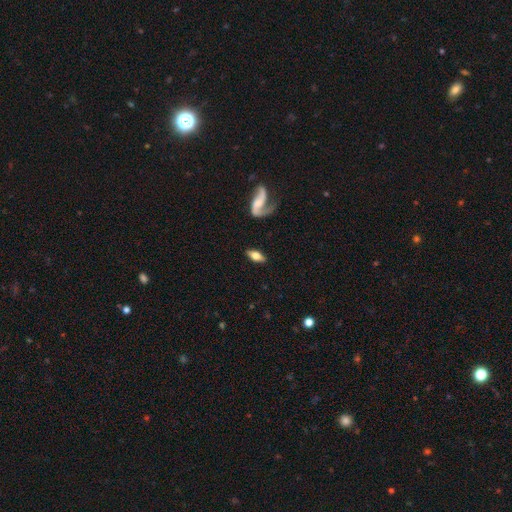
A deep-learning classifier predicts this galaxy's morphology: Smooth or featured: smooth — 51% (featured or disk — 42%)
How rounded: in between — 79% (cigar-shaped — 16%)
Merging: none — 82% (minor disturbance — 11%)